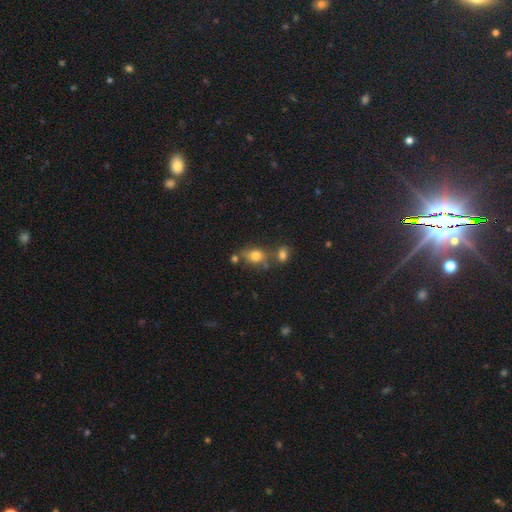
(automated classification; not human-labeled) Smooth or featured?
  - smooth: 75% *
  - featured or disk: 13%
  - star or artifact: 12%
How rounded?
  - in between: 70% *
  - round: 27%
  - cigar-shaped: 3%
Merging?
  - none: 54% *
  - merger: 24%
  - minor disturbance: 16%
  - major disturbance: 6%